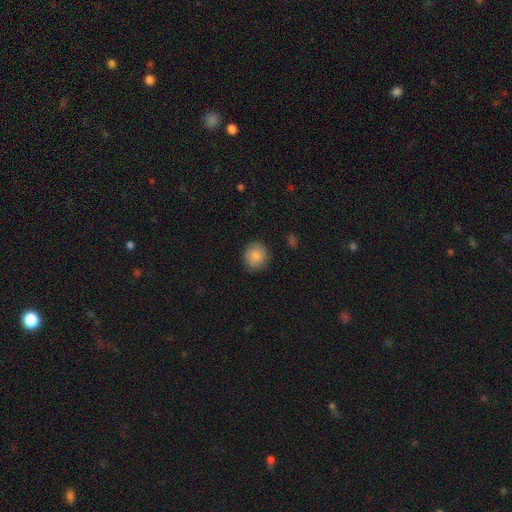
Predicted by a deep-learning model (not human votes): smooth_or_featured: smooth (p=0.83) [alt: featured or disk p=0.10]
how_rounded: round (p=0.84) [alt: in between p=0.15]
merging: none (p=0.84) [alt: minor disturbance p=0.12]